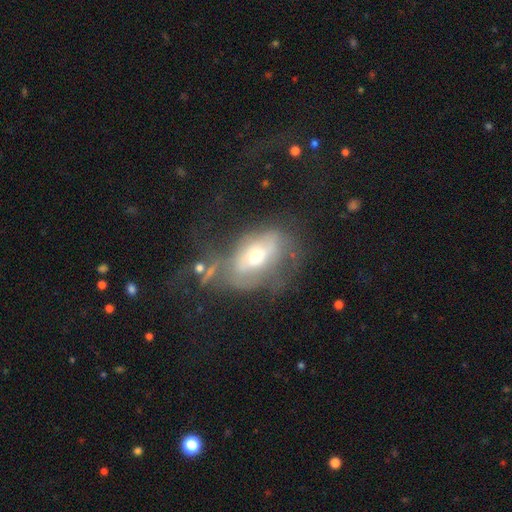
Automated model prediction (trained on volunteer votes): This is possibly a featured or disk galaxy (58%). It is clearly not viewed edge-on (91%). Bar: likely no (64%). Spiral arm pattern: possibly no (55%). Central bulge: likely moderate (60%). Merging: marginally major disturbance (42%).